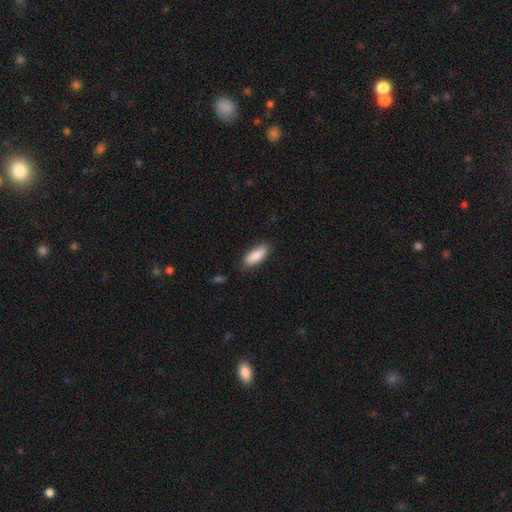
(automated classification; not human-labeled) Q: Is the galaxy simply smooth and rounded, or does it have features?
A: smooth — 86%.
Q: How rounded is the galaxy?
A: in between — 77%.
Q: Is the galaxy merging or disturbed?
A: none — 81%.